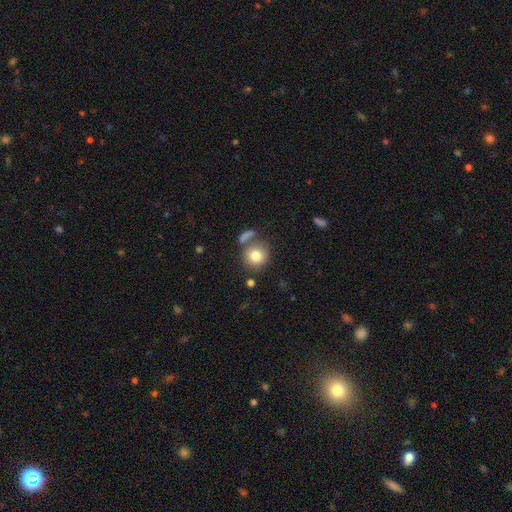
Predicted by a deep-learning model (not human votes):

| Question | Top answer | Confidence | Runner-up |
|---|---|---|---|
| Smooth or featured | smooth | 80% | featured or disk (11%) |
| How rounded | round | 86% | in between (13%) |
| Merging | none | 65% | merger (16%) |